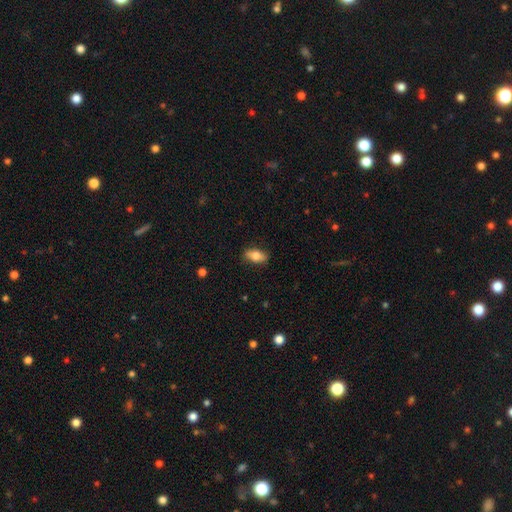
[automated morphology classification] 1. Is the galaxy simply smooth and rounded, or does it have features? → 76% smooth, 17% featured or disk, 7% star or artifact.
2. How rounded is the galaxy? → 85% in between, 10% cigar-shaped, 5% round.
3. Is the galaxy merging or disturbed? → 83% none, 13% minor disturbance, 3% major disturbance, 1% merger.